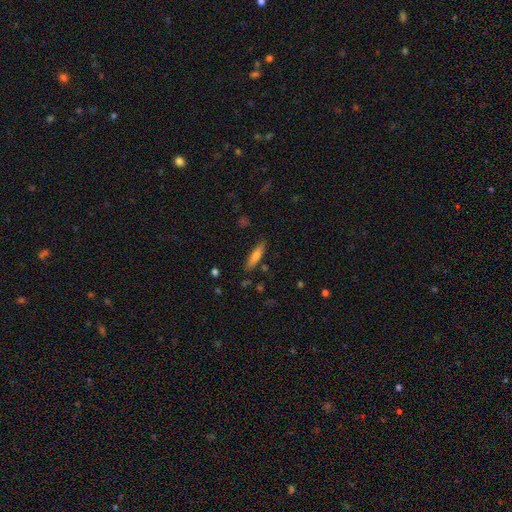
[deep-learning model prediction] Overall: smooth (67%). How rounded: cigar-shaped (76%). Merging: none (83%).